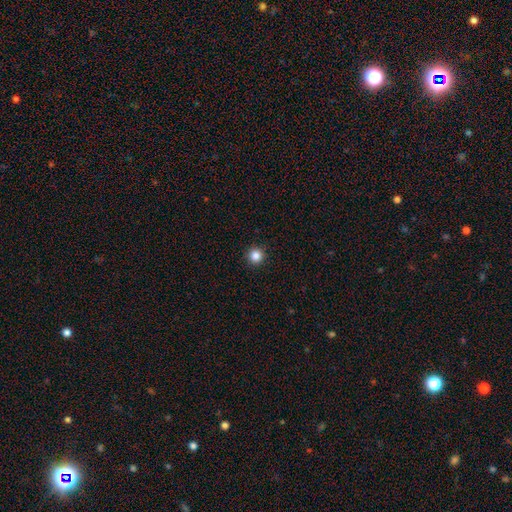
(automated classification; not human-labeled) Smooth or featured? Predicted: smooth (p=0.85). How rounded? Predicted: round (p=0.96). Merging? Predicted: none (p=0.93).